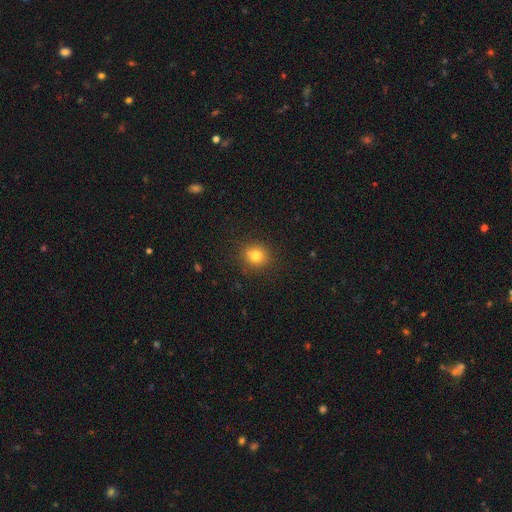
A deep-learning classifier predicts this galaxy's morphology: A smooth galaxy with no disk features (79%) that is round (84%). Merging: none (87%).